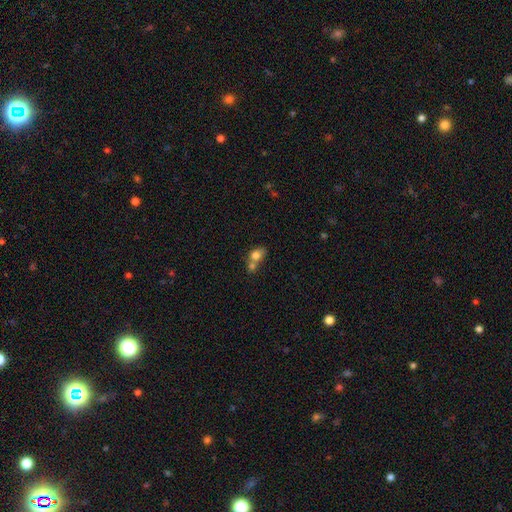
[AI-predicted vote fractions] A smooth galaxy with no disk features (76%) that is in between round and cigar-shaped (60%). Merging: merger (59%).